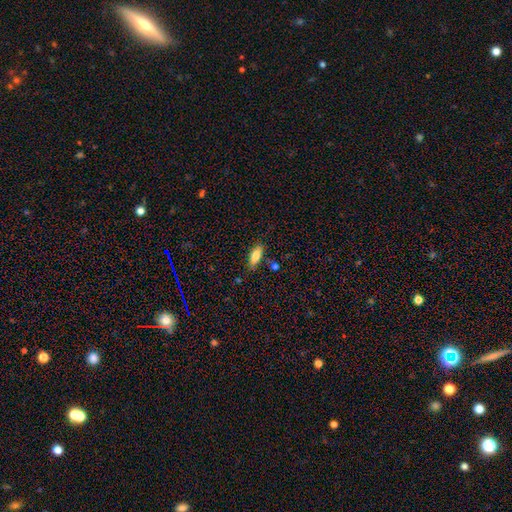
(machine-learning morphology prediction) The model was most divided on "how rounded": in between: 76%, cigar-shaped: 21%, round: 2%. More confident: smooth or featured — smooth (80%); merging — none (78%).